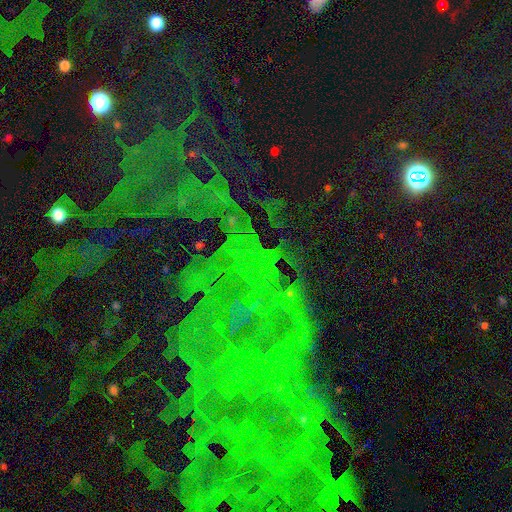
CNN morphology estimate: type=star or artifact (77%).